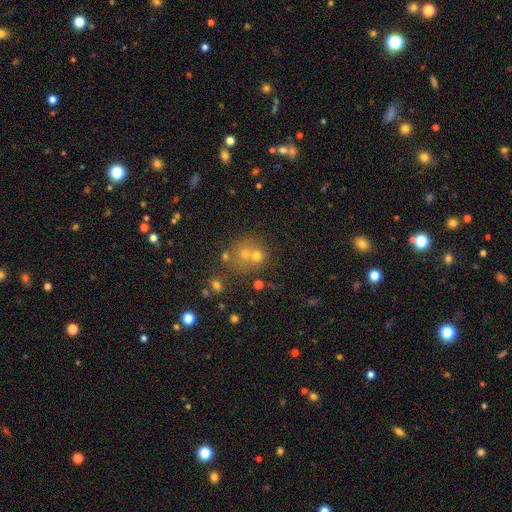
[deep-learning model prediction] Smooth or featured? smooth (56%)
How rounded? round (80%)
Merging? merger (46%)